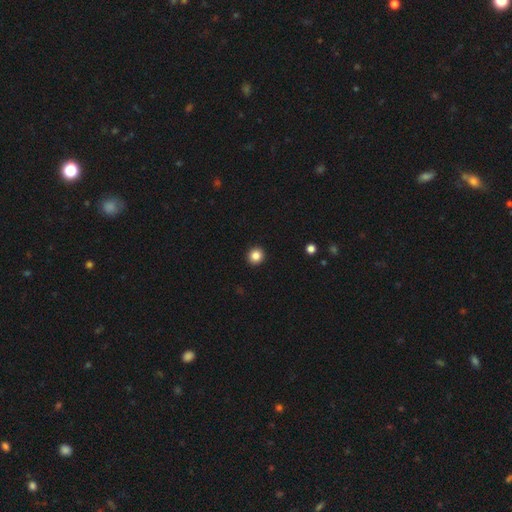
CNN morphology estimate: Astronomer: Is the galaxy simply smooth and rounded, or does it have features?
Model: smooth — 85%.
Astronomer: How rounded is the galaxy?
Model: round — 92%.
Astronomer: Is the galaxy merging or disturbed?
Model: none — 94%.